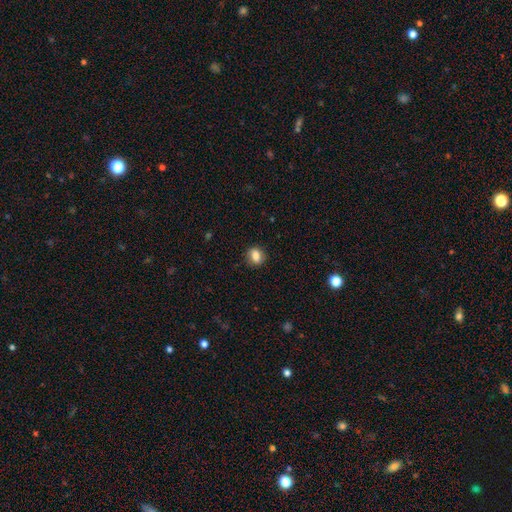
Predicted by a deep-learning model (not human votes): The model was most divided on "how rounded": round: 50%, in between: 48%, cigar-shaped: 2%. More confident: merging — none (86%); smooth or featured — smooth (80%).